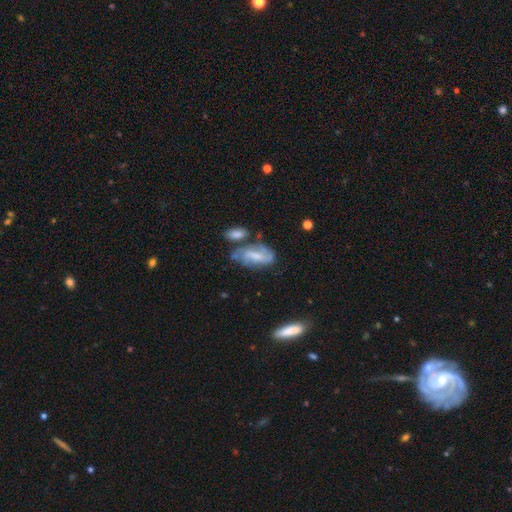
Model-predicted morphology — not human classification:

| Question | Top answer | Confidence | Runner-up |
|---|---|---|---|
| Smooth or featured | featured or disk | 57% | smooth (35%) |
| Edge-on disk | no | 92% | yes (8%) |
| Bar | weak | 45% | no (41%) |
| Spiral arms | yes | 80% | no (20%) |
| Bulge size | small | 41% | moderate (31%) |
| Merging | none | 48% | minor disturbance (23%) |